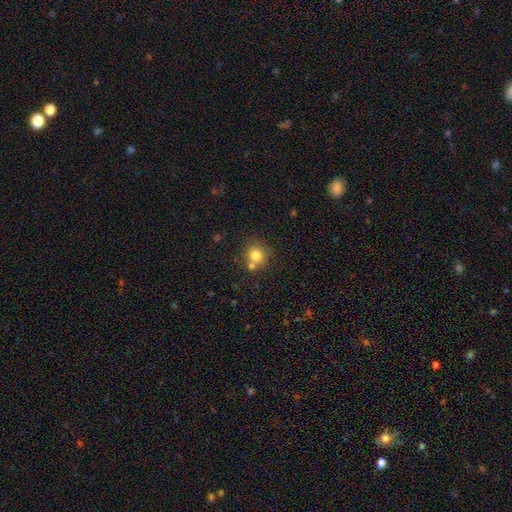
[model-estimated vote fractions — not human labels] This appears to be a smooth galaxy with no disk features (78%) that is round (88%). Merging: none (62%).